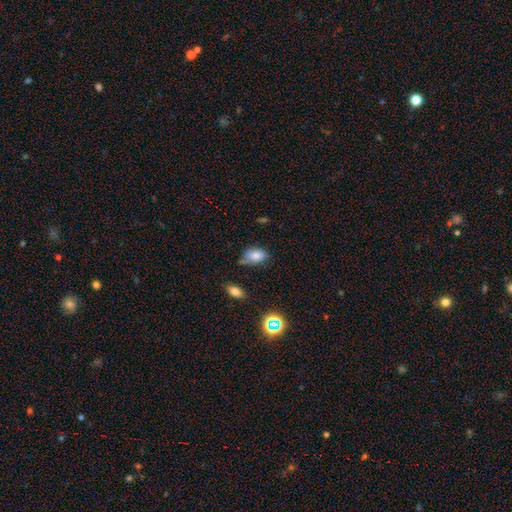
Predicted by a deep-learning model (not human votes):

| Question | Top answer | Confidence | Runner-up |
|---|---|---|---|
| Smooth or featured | smooth | 79% | star or artifact (11%) |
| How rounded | in between | 86% | round (12%) |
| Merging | none | 53% | minor disturbance (33%) |